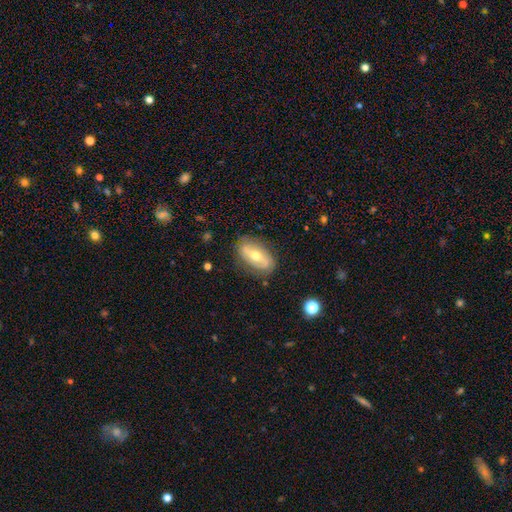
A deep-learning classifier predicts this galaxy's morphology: Q: Smooth or featured?
A: featured or disk (62%); runner-up: smooth (32%)
Q: Edge-on disk?
A: no (88%); runner-up: yes (12%)
Q: Bar?
A: strong (36%); runner-up: weak (33%)
Q: Spiral arms?
A: yes (60%); runner-up: no (40%)
Q: Bulge size?
A: moderate (68%); runner-up: small (25%)
Q: Merging?
A: none (79%); runner-up: minor disturbance (15%)